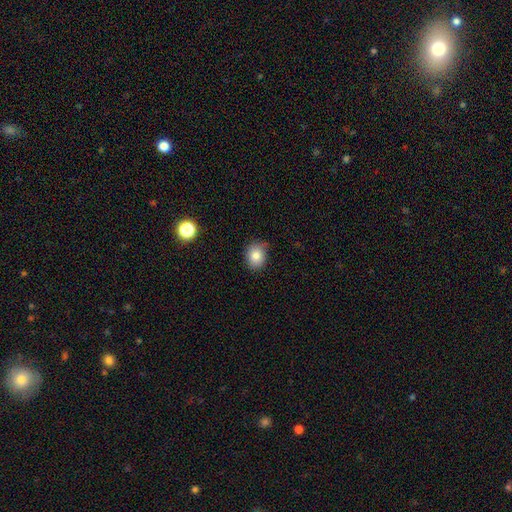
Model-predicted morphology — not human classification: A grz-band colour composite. It shows a smooth galaxy with no disk features (82%) that is round (54%). Merging: none (77%).